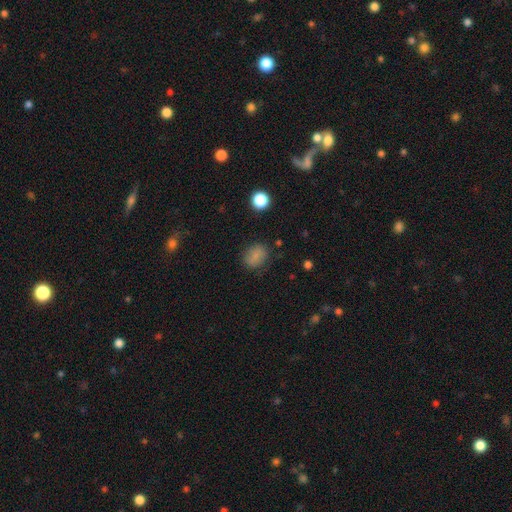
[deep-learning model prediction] Smooth or featured: smooth — 78% (star or artifact — 11%)
How rounded: in between — 52% (round — 47%)
Merging: none — 79% (minor disturbance — 15%)